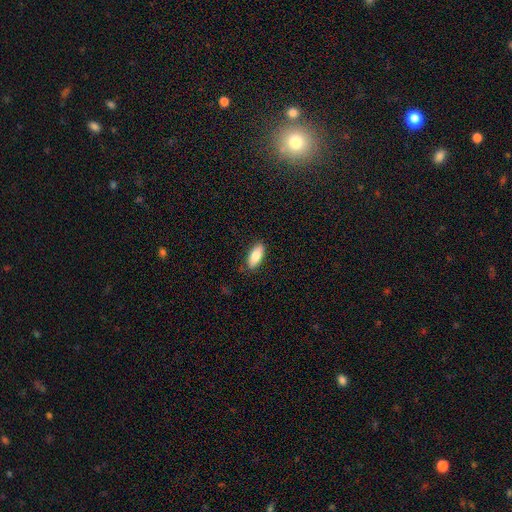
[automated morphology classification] Q: Smooth or featured?
A: smooth (82%); runner-up: featured or disk (12%)
Q: How rounded?
A: in between (84%); runner-up: cigar-shaped (14%)
Q: Merging?
A: none (84%); runner-up: minor disturbance (12%)